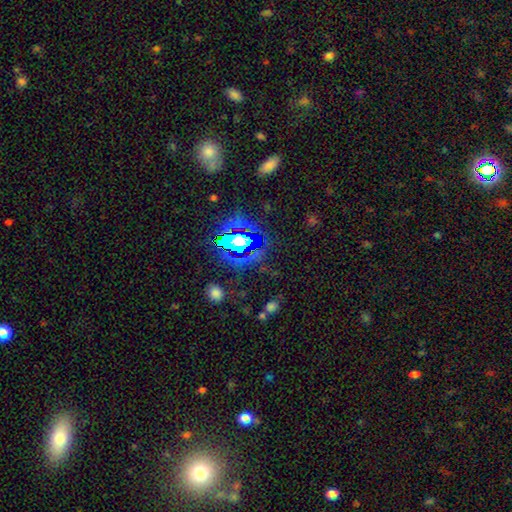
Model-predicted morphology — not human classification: smooth_or_featured: star or artifact (p=0.75) [alt: smooth p=0.15]